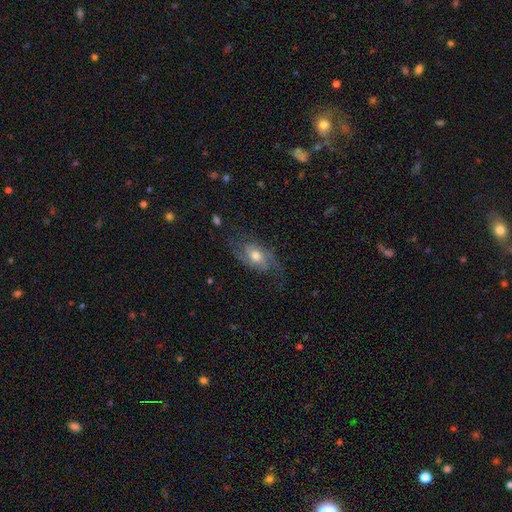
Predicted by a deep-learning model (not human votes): Smooth or featured? Predicted: featured or disk (p=0.68). Edge-on disk? Predicted: no (p=0.92). Bar? Predicted: no (p=0.67). Spiral arms? Predicted: yes (p=0.87). Spiral winding? Predicted: medium (p=0.42). Spiral arm count? Predicted: 2 (p=0.74). Bulge size? Predicted: moderate (p=0.68). Merging? Predicted: none (p=0.62).